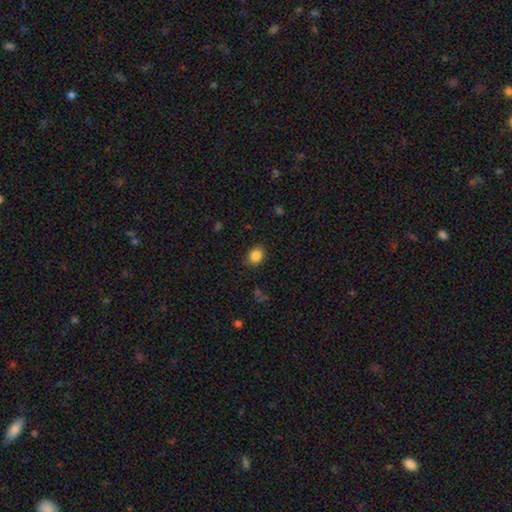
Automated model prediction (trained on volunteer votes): Q: Smooth or featured?
A: smooth (86%); runner-up: star or artifact (10%)
Q: How rounded?
A: in between (53%); runner-up: round (46%)
Q: Merging?
A: none (86%); runner-up: minor disturbance (10%)